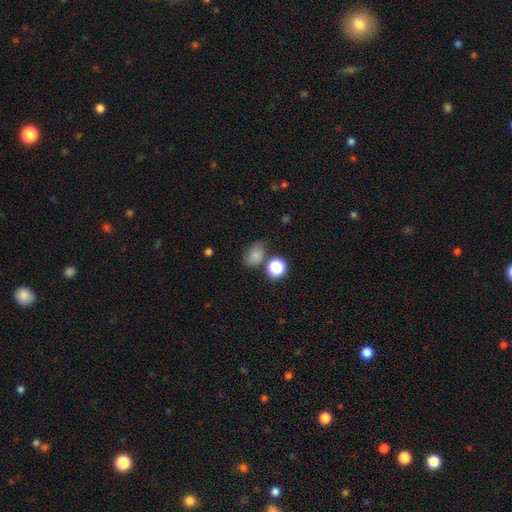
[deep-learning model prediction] Q: Smooth or featured?
A: smooth (76%); runner-up: star or artifact (14%)
Q: How rounded?
A: in between (68%); runner-up: round (31%)
Q: Merging?
A: none (54%); runner-up: minor disturbance (26%)